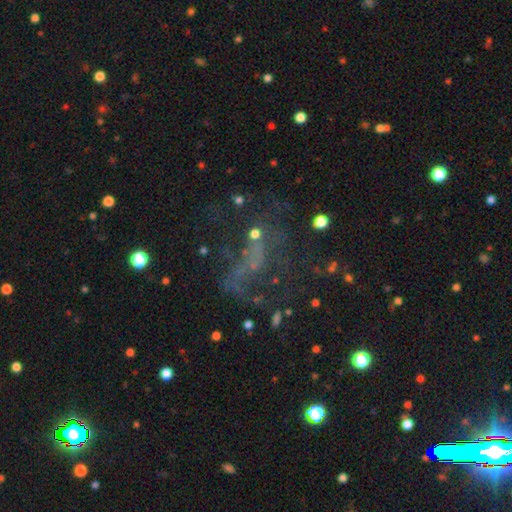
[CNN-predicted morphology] This is marginally a star or artifact rather than a galaxy (43%).